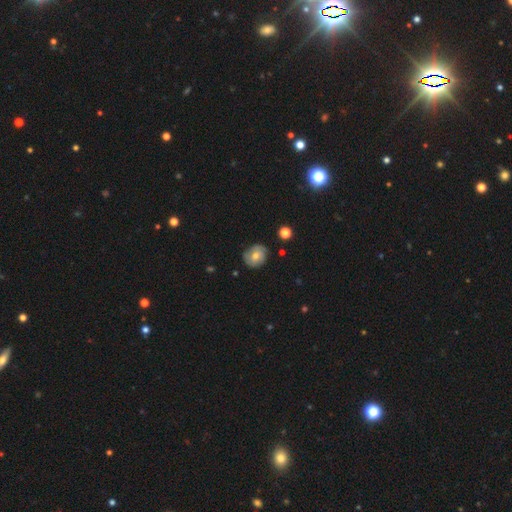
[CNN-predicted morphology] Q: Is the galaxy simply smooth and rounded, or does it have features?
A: smooth — 50%.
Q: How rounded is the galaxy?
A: round — 76%.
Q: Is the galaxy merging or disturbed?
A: none — 76%.